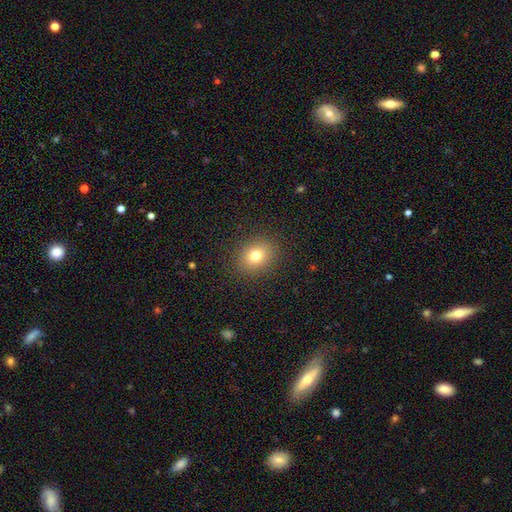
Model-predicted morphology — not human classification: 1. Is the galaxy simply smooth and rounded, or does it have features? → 78% smooth, 13% star or artifact, 9% featured or disk.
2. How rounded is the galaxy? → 62% round, 37% in between, 1% cigar-shaped.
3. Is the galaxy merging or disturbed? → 89% none, 7% minor disturbance, 3% major disturbance, 1% merger.